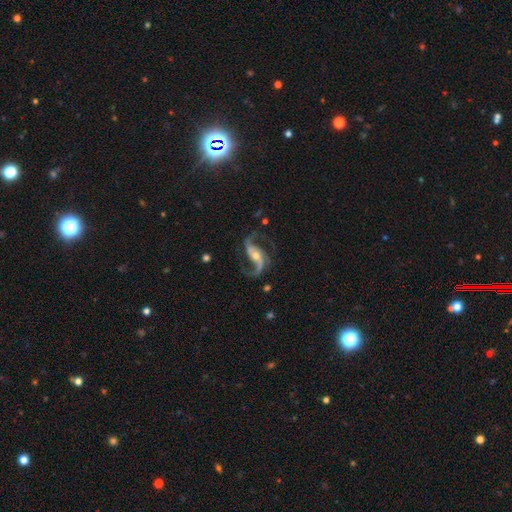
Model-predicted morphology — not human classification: This is clearly a featured or disk galaxy (91%). It is clearly not viewed edge-on (97%). Bar: marginally no (38%). Spiral arm pattern: clearly yes (97%). Spiral arm count: clearly 2 (91%). Spiral winding: likely loose (62%). Central bulge: possibly moderate (50%). Merging: likely none (70%).